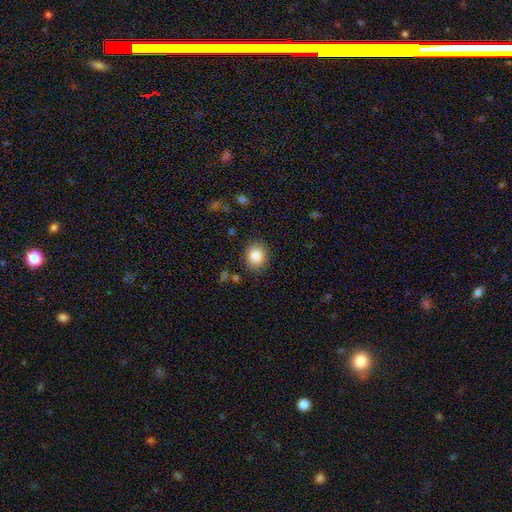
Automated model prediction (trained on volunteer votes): This appears to be a smooth galaxy with no disk features (85%) that is round (76%). Merging: none (87%).